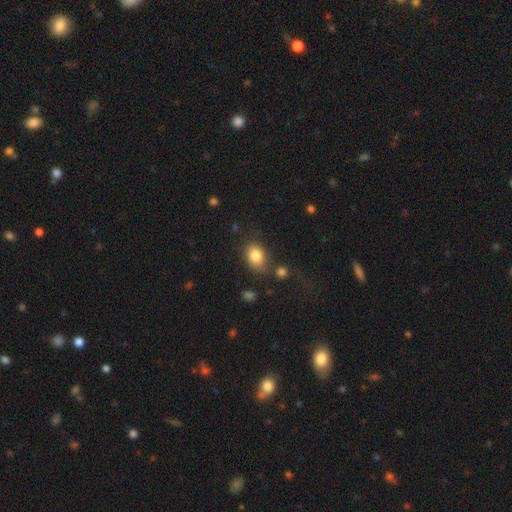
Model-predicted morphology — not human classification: Smooth or featured: smooth — 84% (star or artifact — 9%)
How rounded: in between — 70% (round — 29%)
Merging: none — 69% (minor disturbance — 17%)